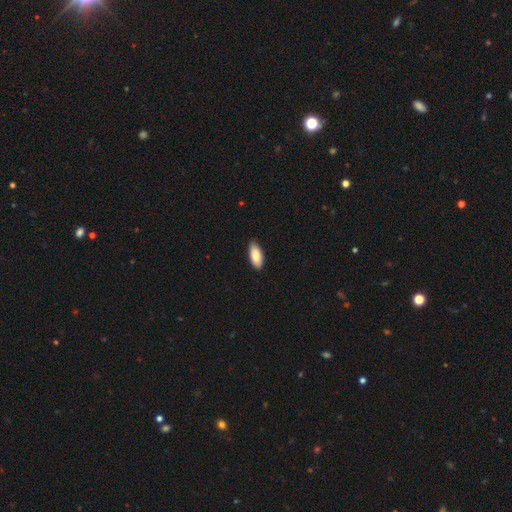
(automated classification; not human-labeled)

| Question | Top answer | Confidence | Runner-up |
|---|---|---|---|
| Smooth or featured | smooth | 86% | featured or disk (8%) |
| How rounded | in between | 88% | cigar-shaped (10%) |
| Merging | none | 88% | minor disturbance (10%) |